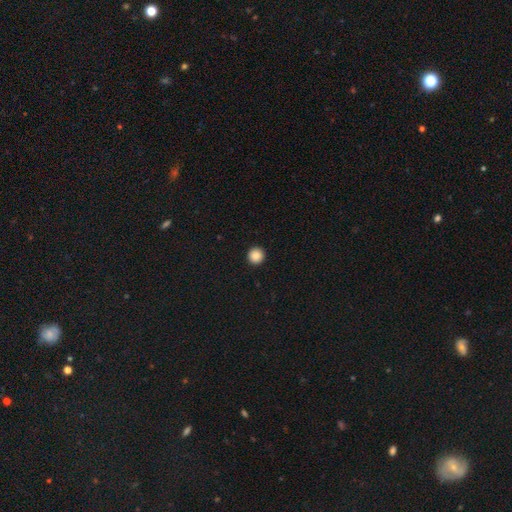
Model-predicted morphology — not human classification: smooth_or_featured: smooth (p=0.88) [alt: star or artifact p=0.09]
how_rounded: round (p=0.96) [alt: in between p=0.03]
merging: none (p=0.94) [alt: minor disturbance p=0.03]